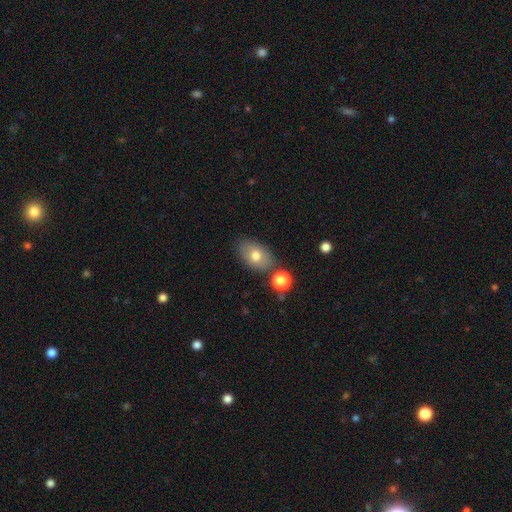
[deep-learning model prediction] This is likely a smooth galaxy (74%). How rounded: clearly in between (85%). Merging: likely none (73%).